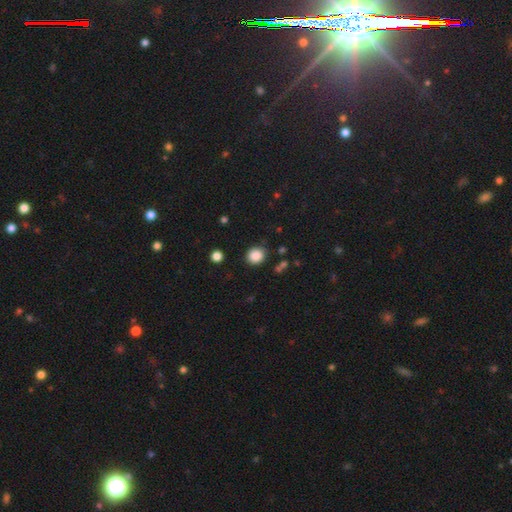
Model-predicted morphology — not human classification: Overall: smooth (86%). How rounded: round (82%). Merging: none (85%).